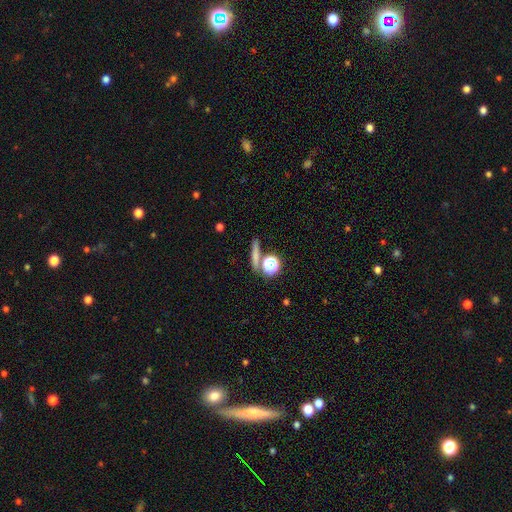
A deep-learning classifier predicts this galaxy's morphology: smooth-or-featured: smooth: 64% | featured or disk: 18% | star or artifact: 18%
  how-rounded: cigar-shaped: 56% | round: 29% | in between: 14%
  merging: none: 75% | merger: 12% | minor disturbance: 9% | major disturbance: 4%